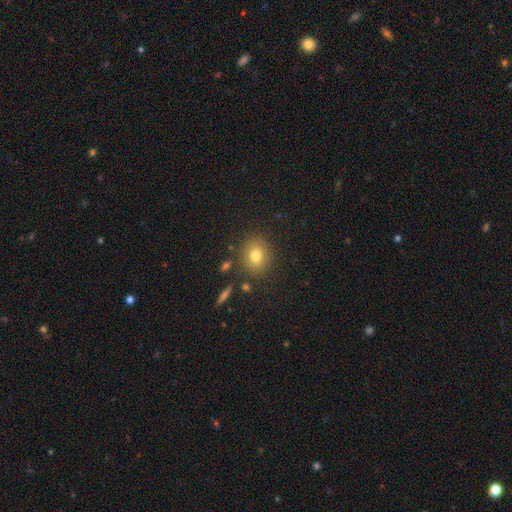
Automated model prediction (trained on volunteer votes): Smooth or featured: smooth — 77% (star or artifact — 13%)
How rounded: round — 70% (in between — 29%)
Merging: none — 84% (minor disturbance — 9%)